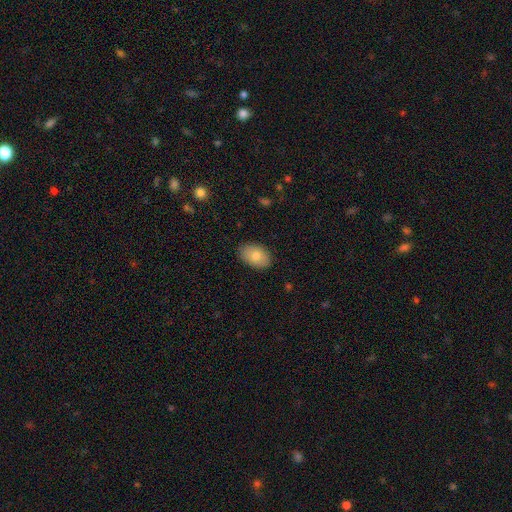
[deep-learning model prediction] This appears to be a smooth galaxy with no disk features (79%) that is in between round and cigar-shaped (88%). Merging: none (87%).